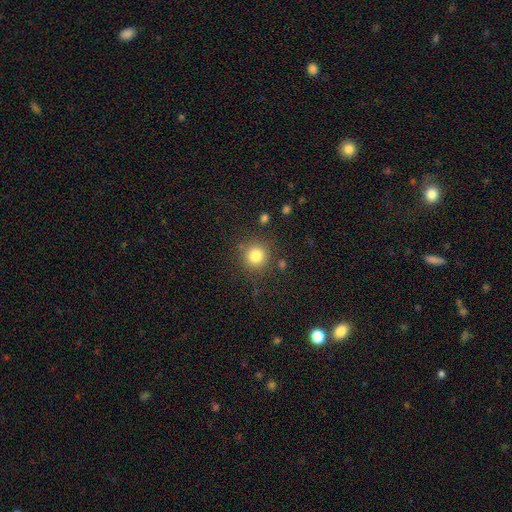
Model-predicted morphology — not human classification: Smooth or featured? smooth (81%)
How rounded? round (93%)
Merging? none (85%)